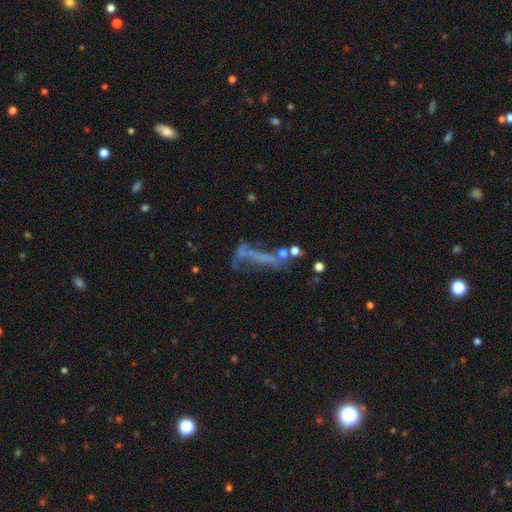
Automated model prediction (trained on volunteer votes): smooth_or_featured: featured or disk (p=0.47) [alt: smooth p=0.29]
merging: major disturbance (p=0.33) [alt: none p=0.32]